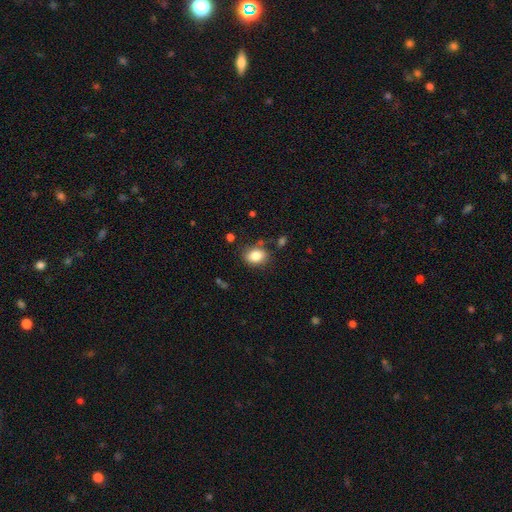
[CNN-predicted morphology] The model was most divided on "how rounded": in between: 63%, round: 36%, cigar-shaped: 1%. More confident: smooth or featured — smooth (84%); merging — none (74%).